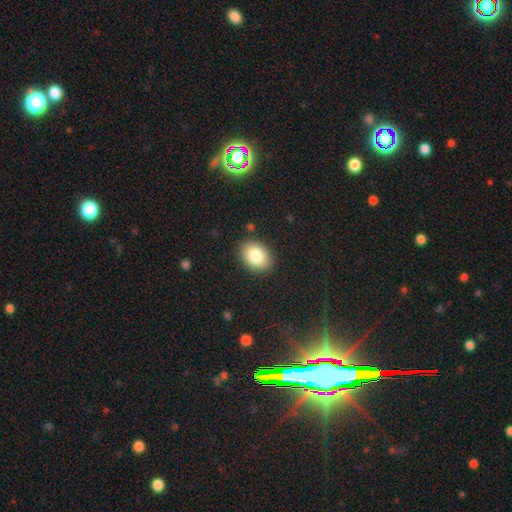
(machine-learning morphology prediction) Smooth or featured? smooth (84%)
How rounded? in between (74%)
Merging? none (87%)